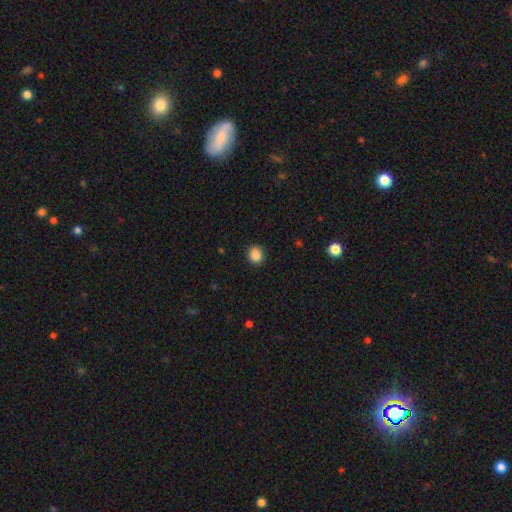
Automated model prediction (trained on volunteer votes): smooth 87%, star or artifact 10%, featured or disk 4%. Down the decision tree: how rounded — round (73%); merging — none (90%).